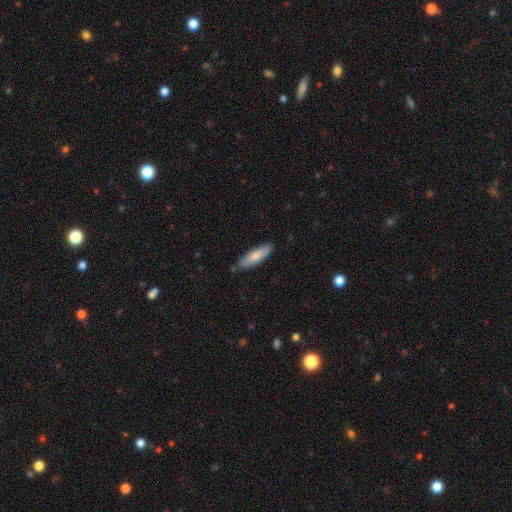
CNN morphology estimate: smooth 76%, featured or disk 19%, star or artifact 6%. Down the decision tree: how rounded — cigar-shaped (55%); merging — none (81%).